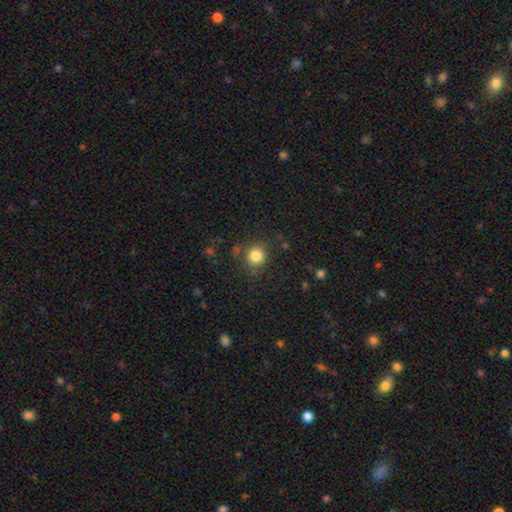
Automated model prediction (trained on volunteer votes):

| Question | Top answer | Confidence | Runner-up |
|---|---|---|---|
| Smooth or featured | smooth | 83% | star or artifact (12%) |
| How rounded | round | 89% | in between (11%) |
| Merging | none | 81% | minor disturbance (11%) |